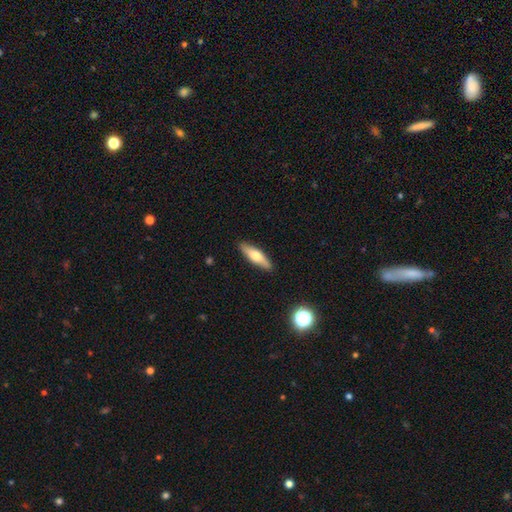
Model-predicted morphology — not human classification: Smooth or featured?
  - smooth: 58% *
  - featured or disk: 36%
  - star or artifact: 6%
How rounded?
  - cigar-shaped: 66% *
  - in between: 32%
  - round: 2%
Merging?
  - none: 88% *
  - minor disturbance: 9%
  - major disturbance: 2%
  - merger: 1%